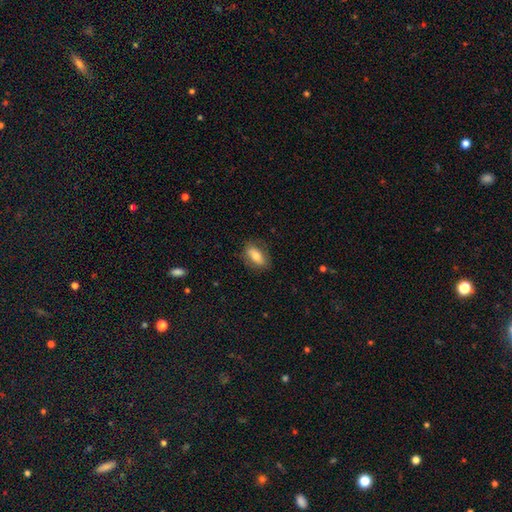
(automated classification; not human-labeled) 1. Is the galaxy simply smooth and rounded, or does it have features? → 71% smooth, 22% featured or disk, 7% star or artifact.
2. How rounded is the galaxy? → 84% in between, 11% cigar-shaped, 6% round.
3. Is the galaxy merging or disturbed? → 81% none, 14% minor disturbance, 4% major disturbance, 1% merger.